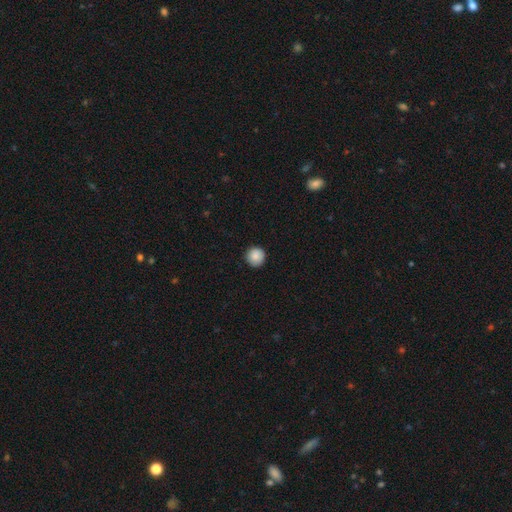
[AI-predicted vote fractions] This is clearly a smooth galaxy (88%). How rounded: clearly round (96%). Merging: clearly none (90%).